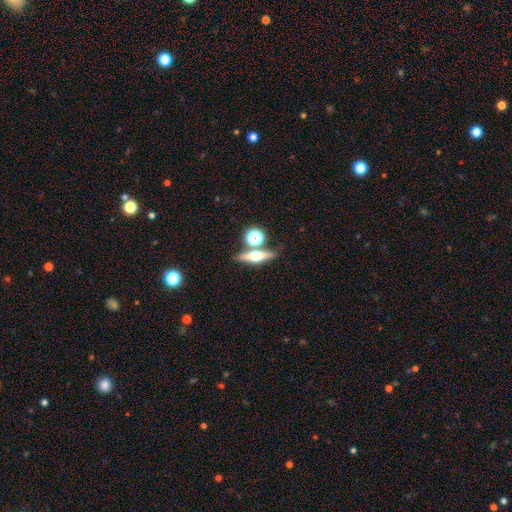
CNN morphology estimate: type=featured or disk (54%); edge-on=yes (90%); merging=none (72%).